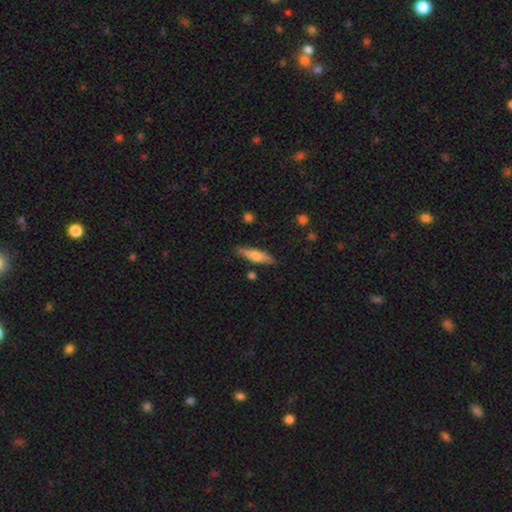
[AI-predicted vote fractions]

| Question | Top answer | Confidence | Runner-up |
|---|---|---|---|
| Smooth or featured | smooth | 56% | featured or disk (38%) |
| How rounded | cigar-shaped | 71% | in between (26%) |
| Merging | none | 84% | minor disturbance (11%) |